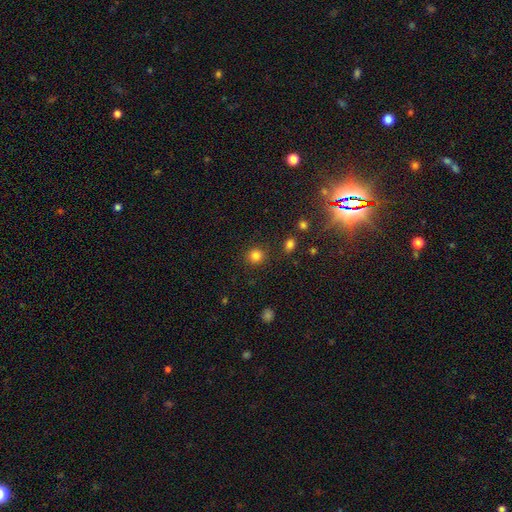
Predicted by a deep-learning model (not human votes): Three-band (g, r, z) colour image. It shows a smooth galaxy with no disk features (83%) that is round (91%). Merging: none (88%).